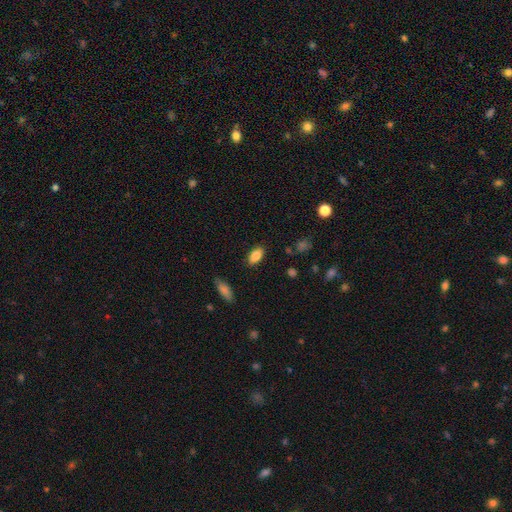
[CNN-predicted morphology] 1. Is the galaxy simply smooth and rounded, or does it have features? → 86% smooth, 8% star or artifact, 6% featured or disk.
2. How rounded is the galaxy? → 91% in between, 5% cigar-shaped, 4% round.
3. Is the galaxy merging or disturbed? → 86% none, 10% minor disturbance, 2% major disturbance, 1% merger.